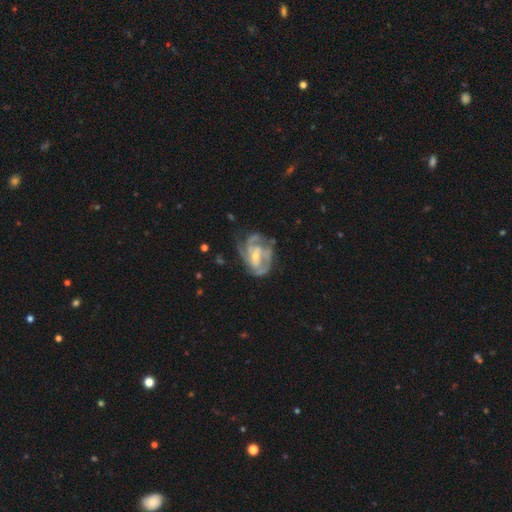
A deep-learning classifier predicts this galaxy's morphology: Smooth or featured: featured or disk — 84% (smooth — 9%)
Edge-on disk: no — 97% (yes — 3%)
Bar: weak — 45% (no — 37%)
Spiral arms: yes — 91% (no — 9%)
Spiral winding: tight — 47% (medium — 41%)
Spiral arm count: 3 — 32% (can't tell — 26%)
Bulge size: small — 52% (moderate — 42%)
Merging: none — 54% (minor disturbance — 23%)